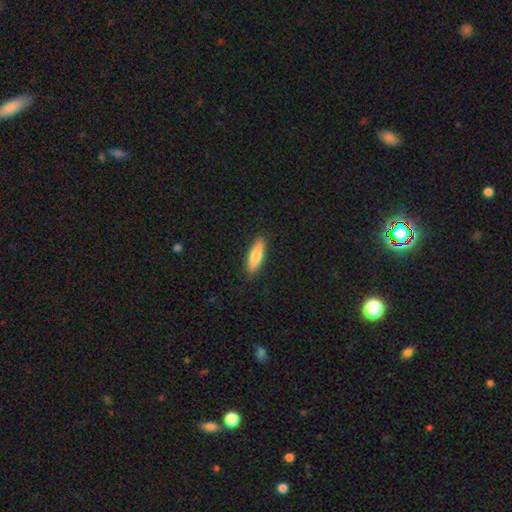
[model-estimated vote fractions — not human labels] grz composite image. It shows a smooth galaxy with no disk features (76%) that is cigar-shaped (57%). Merging: none (88%).